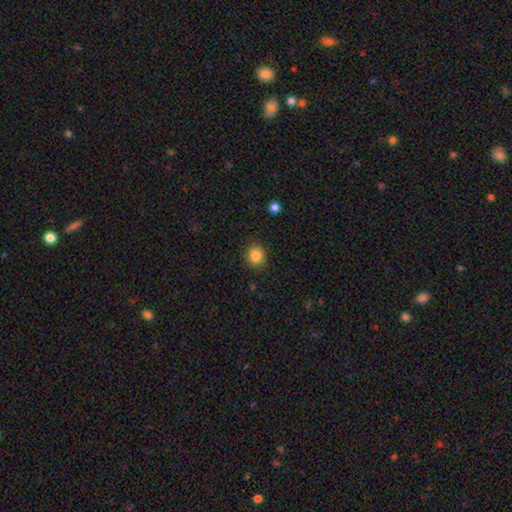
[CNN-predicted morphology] The model was most divided on "how rounded": round: 78%, in between: 21%, cigar-shaped: 1%. More confident: merging — none (88%); smooth or featured — smooth (86%).